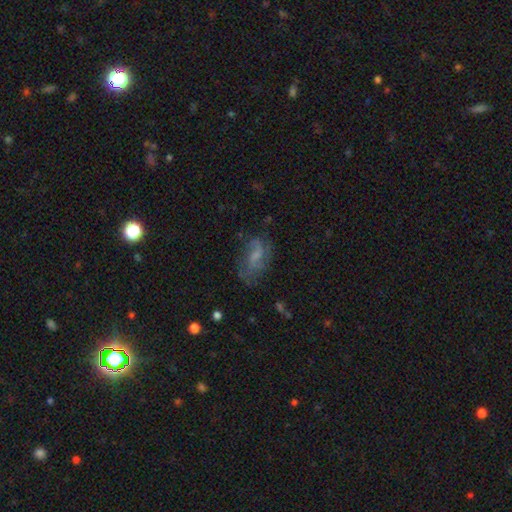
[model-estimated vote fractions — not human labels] Smooth or featured? featured or disk (57%)
Edge-on disk? no (95%)
Bar? weak (46%)
Spiral arms? yes (79%)
Bulge size? small (40%)
Merging? none (56%)